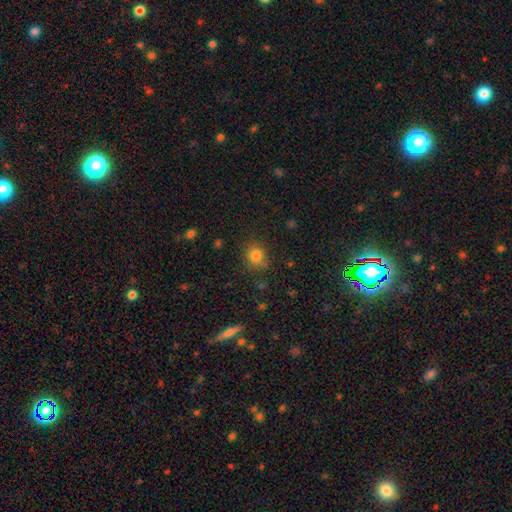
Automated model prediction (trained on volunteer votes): smooth 82%, star or artifact 12%, featured or disk 6%. Down the decision tree: how rounded — round (79%); merging — none (77%).